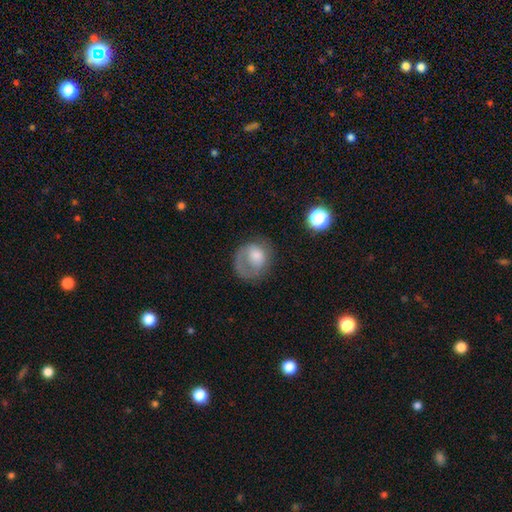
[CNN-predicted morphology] Smooth or featured?
  - smooth: 53% *
  - featured or disk: 39%
  - star or artifact: 9%
How rounded?
  - round: 66% *
  - in between: 33%
  - cigar-shaped: 1%
Merging?
  - none: 46% *
  - major disturbance: 29%
  - minor disturbance: 22%
  - merger: 2%